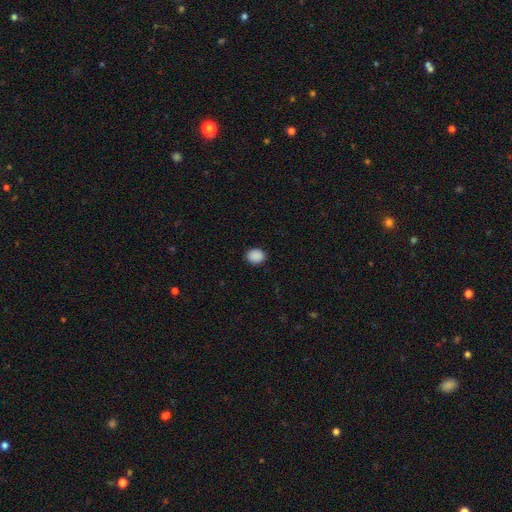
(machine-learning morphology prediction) Smooth or featured: smooth — 89% (star or artifact — 9%)
How rounded: round — 56% (in between — 43%)
Merging: none — 90% (minor disturbance — 7%)